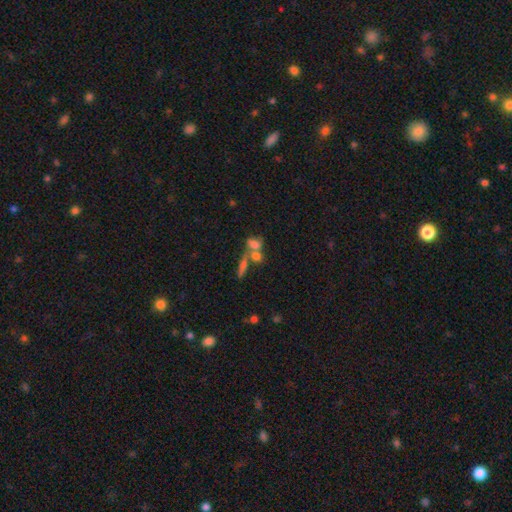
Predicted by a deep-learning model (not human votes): Smooth or featured?
  - smooth: 58% *
  - featured or disk: 27%
  - star or artifact: 15%
How rounded?
  - in between: 61% *
  - round: 21%
  - cigar-shaped: 18%
Merging?
  - merger: 53% *
  - none: 31%
  - minor disturbance: 9%
  - major disturbance: 7%